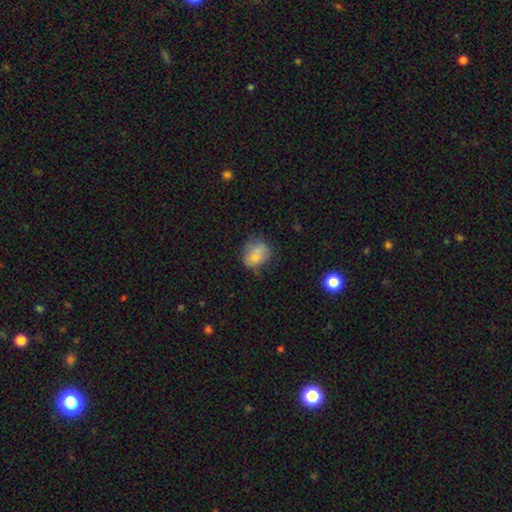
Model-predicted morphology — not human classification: This appears to be a smooth galaxy with no disk features (73%) that is round (51%). Merging: none (48%).